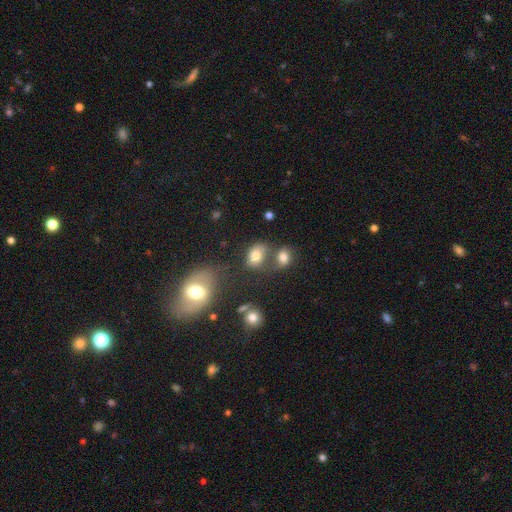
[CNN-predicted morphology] This is likely a smooth galaxy (77%). How rounded: likely in between (76%). Merging: marginally none (45%).